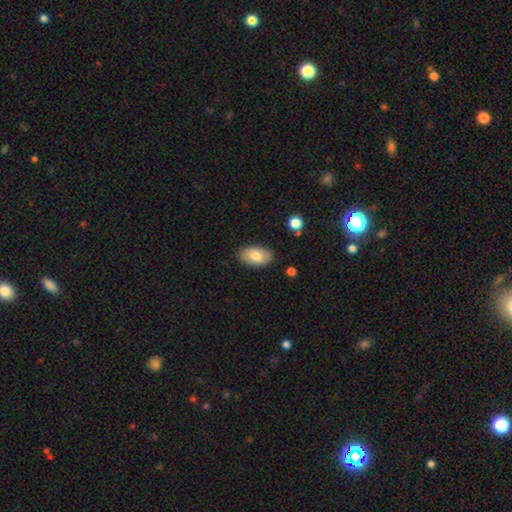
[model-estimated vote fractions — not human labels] Smooth or featured?
  - smooth: 82% *
  - featured or disk: 11%
  - star or artifact: 6%
How rounded?
  - in between: 94% *
  - round: 4%
  - cigar-shaped: 2%
Merging?
  - none: 86% *
  - minor disturbance: 10%
  - major disturbance: 2%
  - merger: 1%